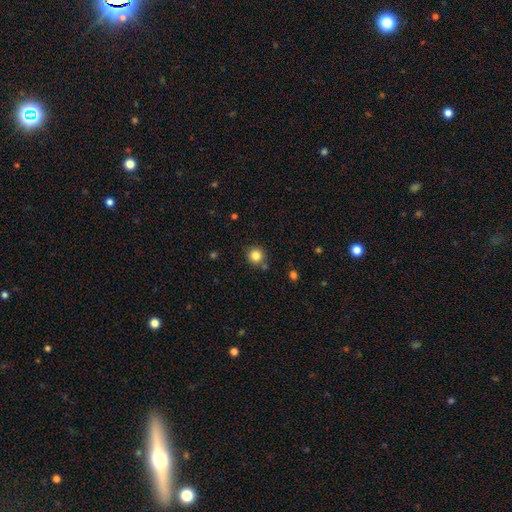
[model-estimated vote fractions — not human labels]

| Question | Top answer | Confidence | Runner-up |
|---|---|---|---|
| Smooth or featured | smooth | 83% | star or artifact (11%) |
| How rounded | round | 92% | in between (7%) |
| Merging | none | 81% | minor disturbance (10%) |